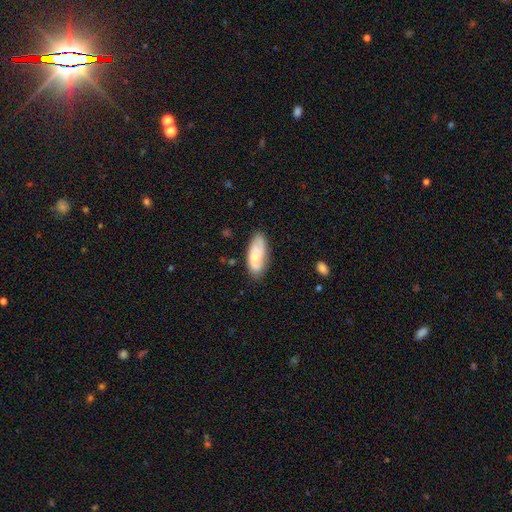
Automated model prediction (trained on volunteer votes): A smooth galaxy with no disk features (50%). Merging: none (74%).